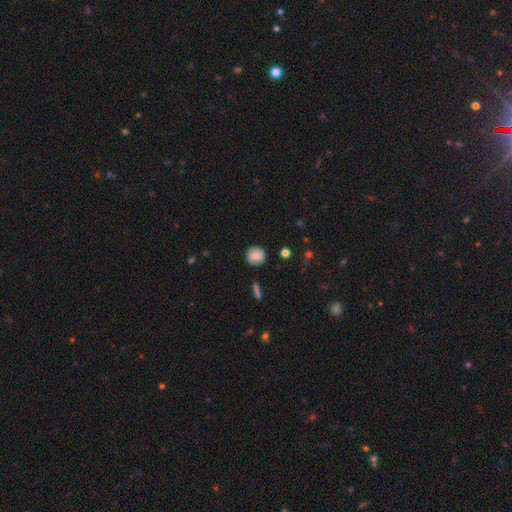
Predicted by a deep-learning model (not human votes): Q: Smooth or featured?
A: smooth (75%); runner-up: featured or disk (17%)
Q: How rounded?
A: round (90%); runner-up: in between (9%)
Q: Merging?
A: none (85%); runner-up: minor disturbance (11%)